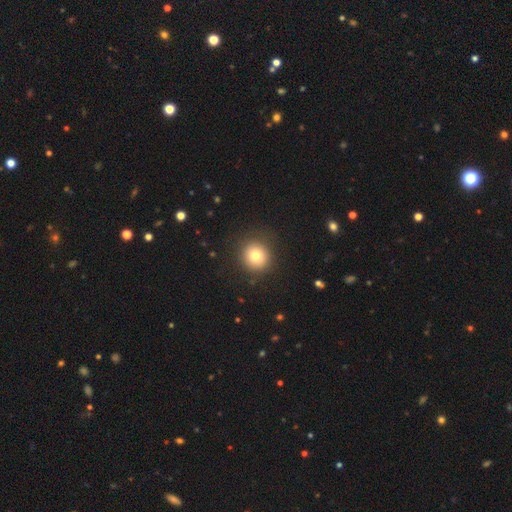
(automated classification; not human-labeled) A smooth galaxy with no disk features (80%) that is round (91%).

Vote fractions:
- Smooth or featured? smooth: 80% / star or artifact: 11% / featured or disk: 10%
- How rounded? round: 91% / in between: 8% / cigar-shaped: 1%
- Merging? none: 88% / minor disturbance: 8% / major disturbance: 3% / merger: 1%